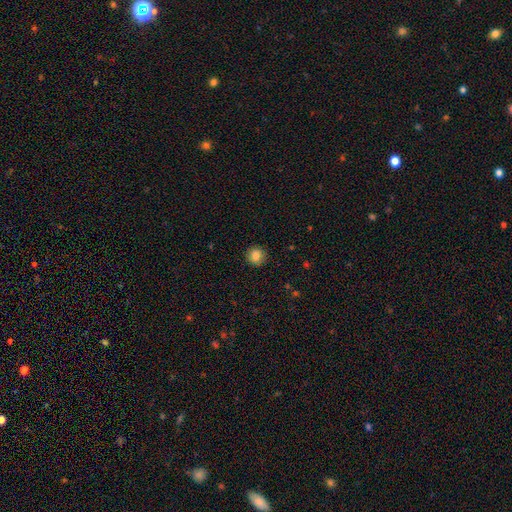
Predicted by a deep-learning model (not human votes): A smooth galaxy with no disk features (85%) that is round (90%). Merging: none (91%).